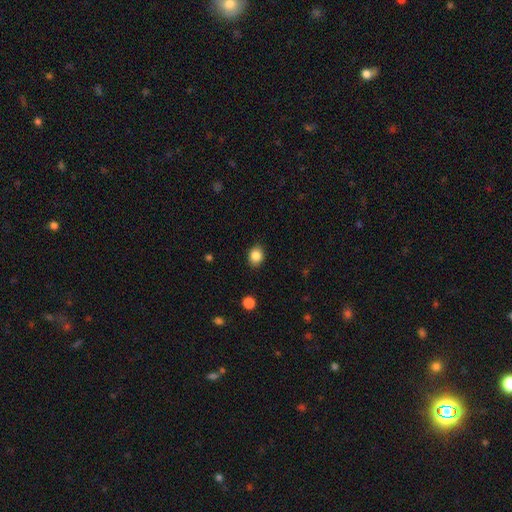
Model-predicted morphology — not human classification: smooth 86%, star or artifact 9%, featured or disk 5%. Down the decision tree: how rounded — round (55%); merging — none (87%).